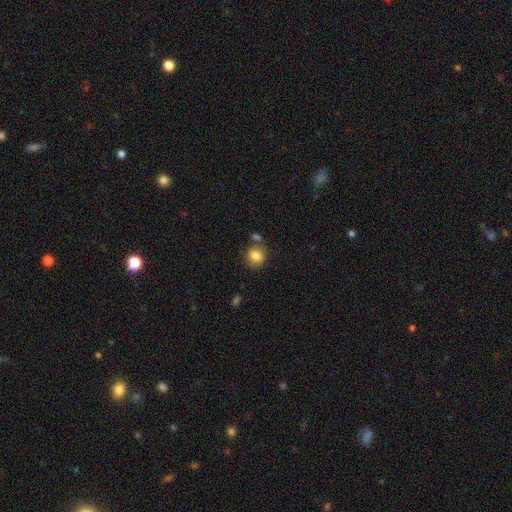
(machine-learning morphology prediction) smooth_or_featured: smooth (p=0.83) [alt: star or artifact p=0.09]
how_rounded: round (p=0.75) [alt: in between p=0.24]
merging: none (p=0.67) [alt: minor disturbance p=0.15]